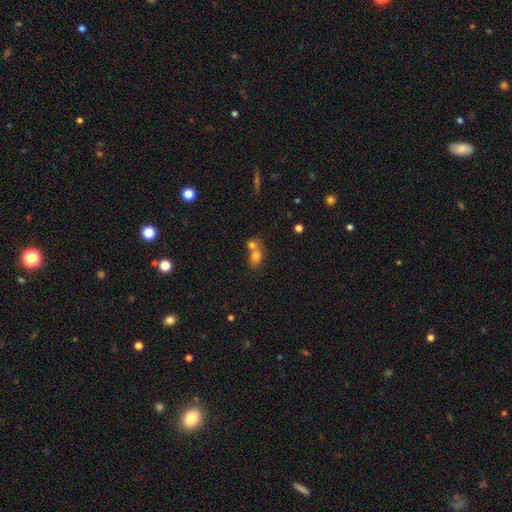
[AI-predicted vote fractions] The model was most divided on "how rounded": in between: 57%, round: 41%, cigar-shaped: 2%. More confident: smooth or featured — smooth (76%); merging — merger (62%).